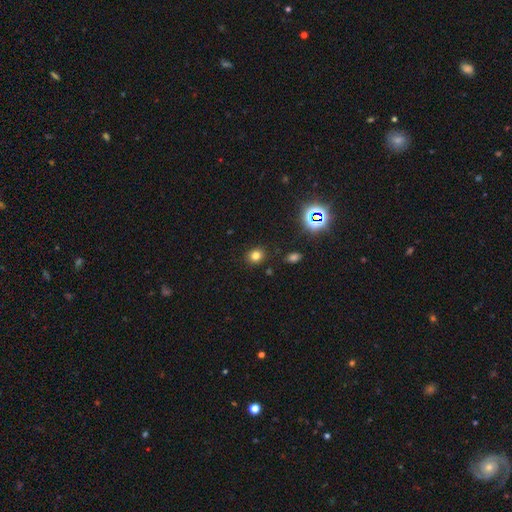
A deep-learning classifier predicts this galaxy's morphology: type=smooth (76%); roundness=round (71%); merging=none (87%).